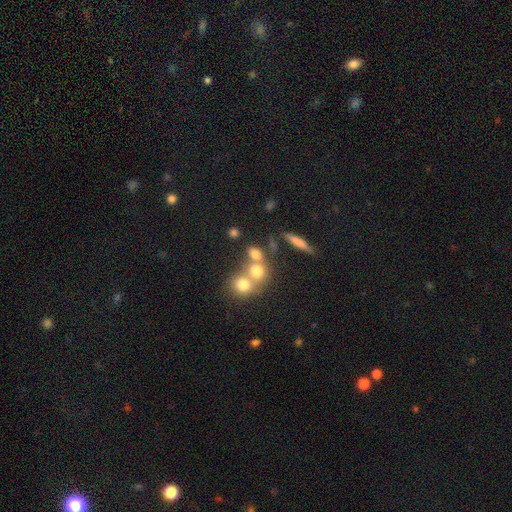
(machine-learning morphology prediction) type=smooth (62%); roundness=round (65%); merging=merger (48%).